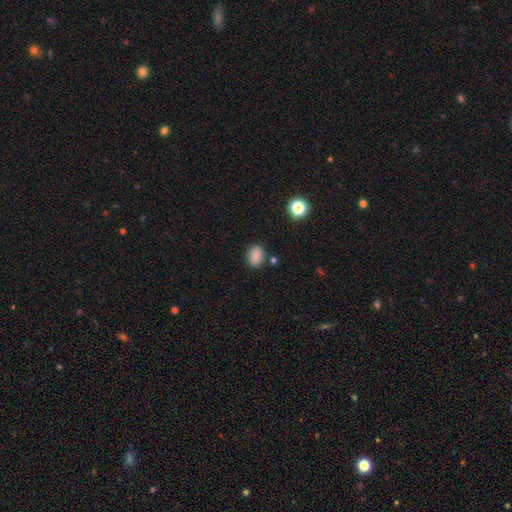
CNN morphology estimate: A smooth galaxy with no disk features (84%) that is in between round and cigar-shaped (60%).

Vote fractions:
- Smooth or featured? smooth: 84% / star or artifact: 10% / featured or disk: 6%
- How rounded? in between: 60% / round: 39% / cigar-shaped: 1%
- Merging? none: 81% / minor disturbance: 12% / merger: 4% / major disturbance: 3%